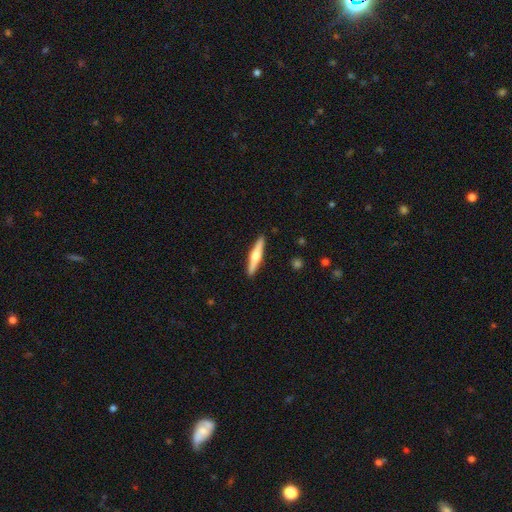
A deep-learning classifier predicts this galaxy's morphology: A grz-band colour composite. It shows a featured or disk galaxy (61%) viewed edge-on (97%) with a rounded central bulge (92%). Merging: none (91%).